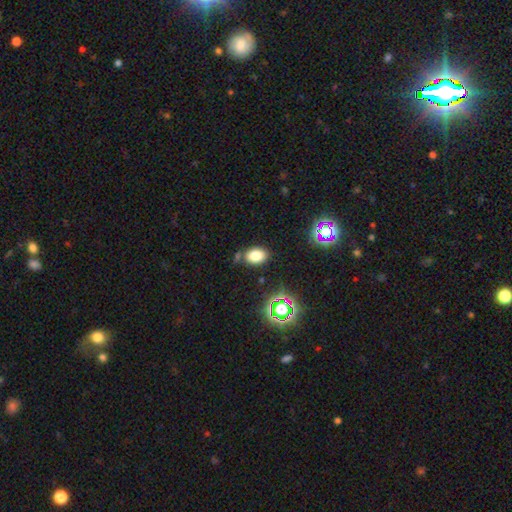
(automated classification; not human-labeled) smooth_or_featured: smooth (p=0.77) [alt: star or artifact p=0.16]
how_rounded: in between (p=0.81) [alt: round p=0.17]
merging: none (p=0.76) [alt: minor disturbance p=0.14]